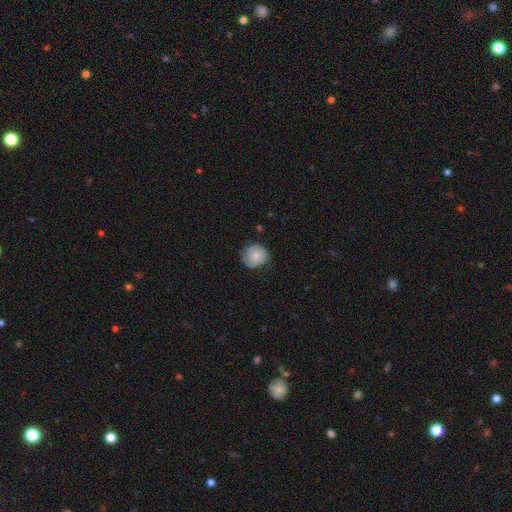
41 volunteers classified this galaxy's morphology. Smooth or featured? smooth (78%)
How rounded? round (91%)
Merging? none (62%)